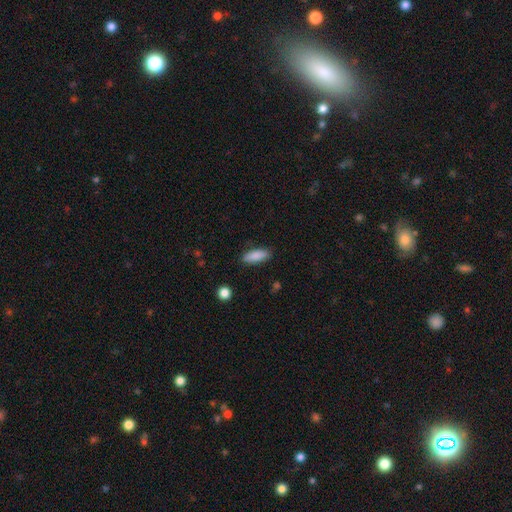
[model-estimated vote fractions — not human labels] smooth_or_featured: smooth (p=0.88) [alt: star or artifact p=0.06]
how_rounded: in between (p=0.65) [alt: cigar-shaped p=0.34]
merging: none (p=0.87) [alt: minor disturbance p=0.09]